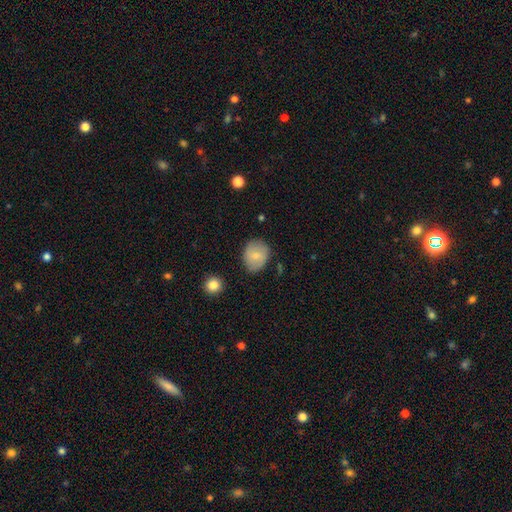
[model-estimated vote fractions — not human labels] Smooth or featured?
  - smooth: 72% *
  - featured or disk: 21%
  - star or artifact: 7%
How rounded?
  - round: 57% *
  - in between: 43%
  - cigar-shaped: 1%
Merging?
  - none: 76% *
  - minor disturbance: 18%
  - major disturbance: 4%
  - merger: 2%